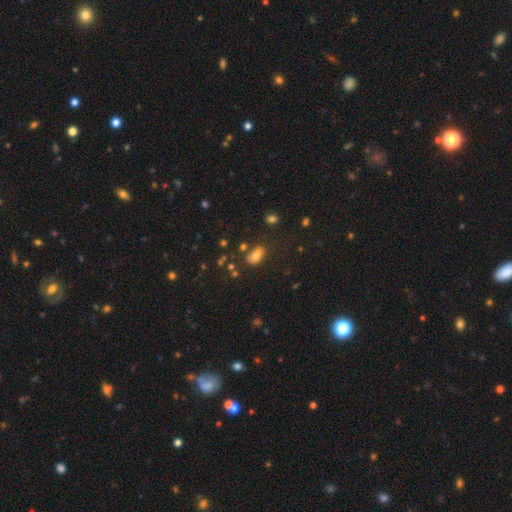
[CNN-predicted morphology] smooth 76%, featured or disk 12%, star or artifact 12%. Down the decision tree: how rounded — in between (86%); merging — none (65%).